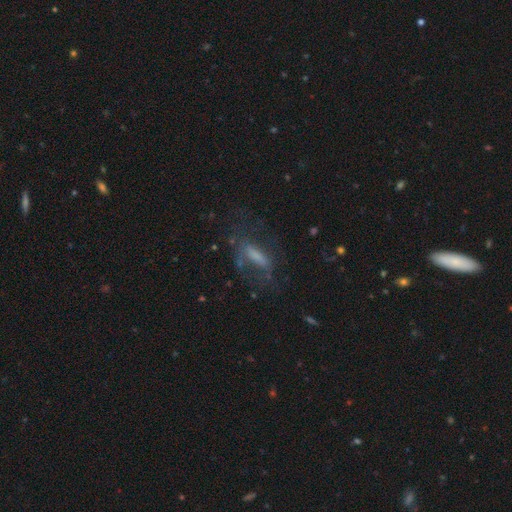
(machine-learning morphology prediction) featured or disk 49%, smooth 38%, star or artifact 13%. Down the decision tree: merging — none (50%).